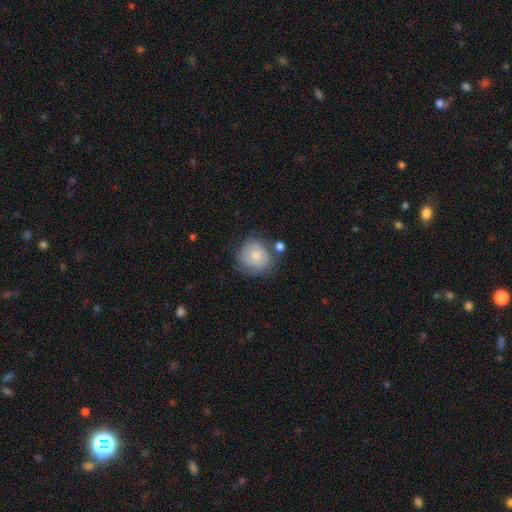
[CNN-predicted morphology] The model was most divided on "merging": none: 59%, minor disturbance: 22%, merger: 9%, major disturbance: 9%. More confident: how rounded — round (85%); smooth or featured — smooth (70%).